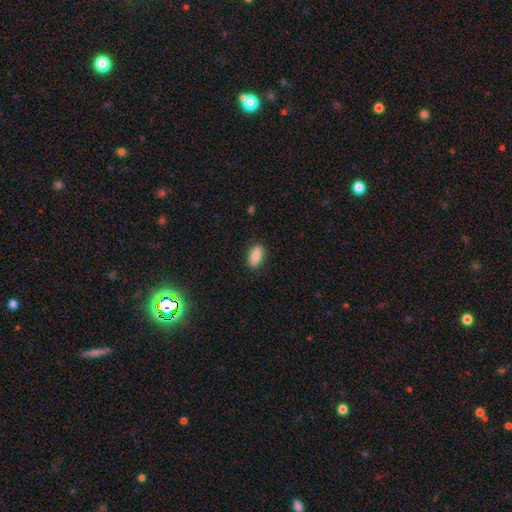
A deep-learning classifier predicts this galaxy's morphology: This appears to be a smooth galaxy with no disk features (85%) that is in between round and cigar-shaped (88%). Merging: none (88%).